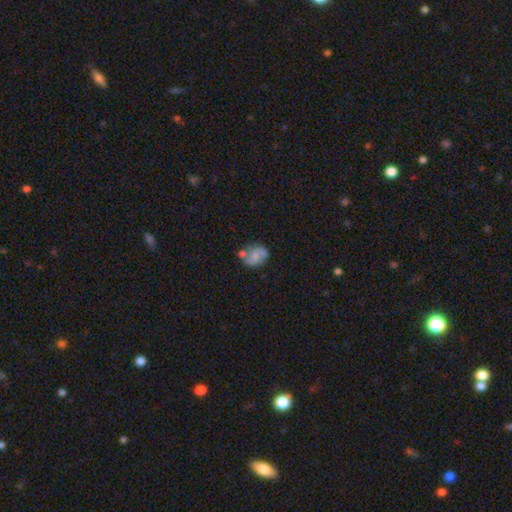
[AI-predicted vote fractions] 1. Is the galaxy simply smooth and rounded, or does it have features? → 51% featured or disk, 40% smooth, 9% star or artifact.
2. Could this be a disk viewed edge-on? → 97% no, 3% yes.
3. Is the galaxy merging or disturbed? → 43% none, 25% merger, 22% minor disturbance, 11% major disturbance.